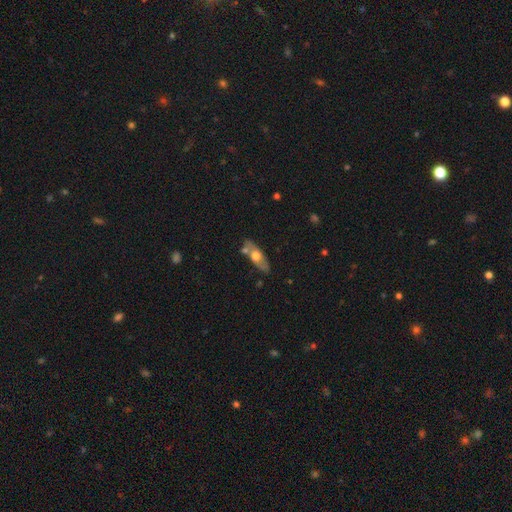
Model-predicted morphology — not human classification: Smooth or featured?
  - smooth: 48% *
  - featured or disk: 46%
  - star or artifact: 6%
Merging?
  - none: 67% *
  - minor disturbance: 16%
  - merger: 13%
  - major disturbance: 4%